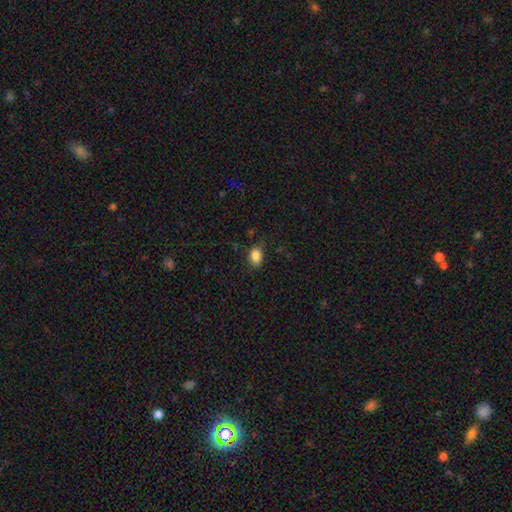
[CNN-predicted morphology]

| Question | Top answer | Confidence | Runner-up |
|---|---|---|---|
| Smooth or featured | smooth | 86% | star or artifact (10%) |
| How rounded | in between | 69% | round (29%) |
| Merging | none | 76% | minor disturbance (18%) |